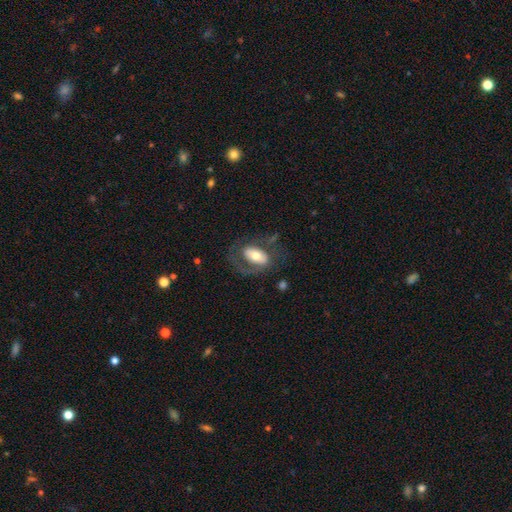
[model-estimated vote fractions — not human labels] Smooth or featured? Predicted: featured or disk (p=0.50). Edge-on disk? Predicted: no (p=0.91). Merging? Predicted: none (p=0.54).